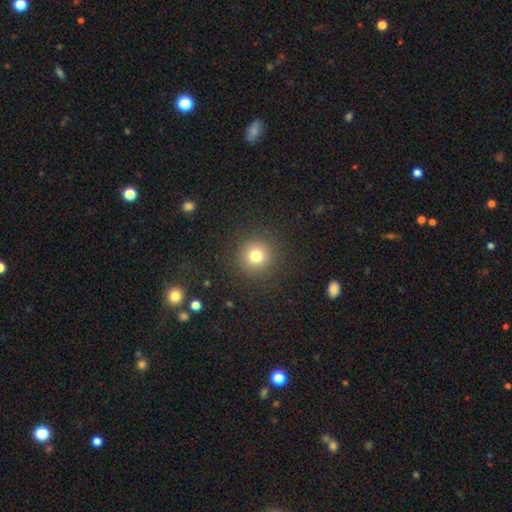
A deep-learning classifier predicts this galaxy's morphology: smooth_or_featured: smooth (p=0.78) [alt: star or artifact p=0.14]
how_rounded: round (p=0.95) [alt: in between p=0.04]
merging: none (p=0.90) [alt: minor disturbance p=0.06]